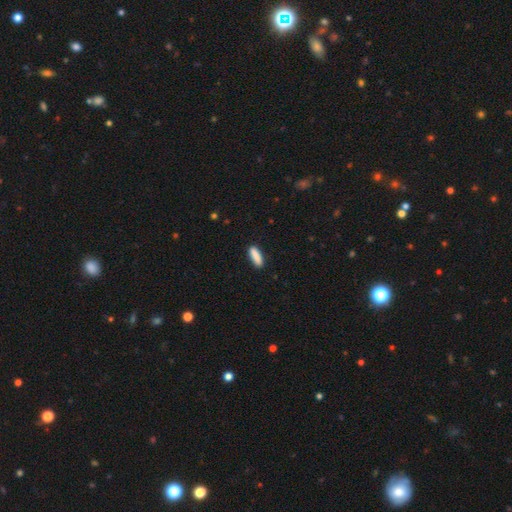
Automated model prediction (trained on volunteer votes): smooth 89%, star or artifact 6%, featured or disk 5%. Down the decision tree: how rounded — cigar-shaped (49%, tied with in between); merging — none (87%).